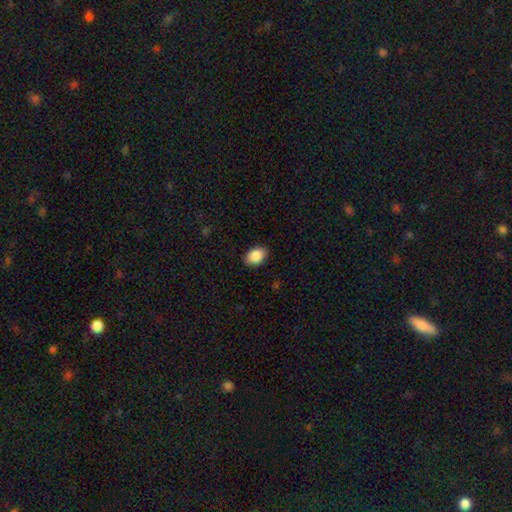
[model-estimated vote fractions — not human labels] smooth-or-featured: smooth: 89% | star or artifact: 7% | featured or disk: 4%
  how-rounded: in between: 78% | round: 21% | cigar-shaped: 1%
  merging: none: 87% | minor disturbance: 10% | major disturbance: 2% | merger: 1%